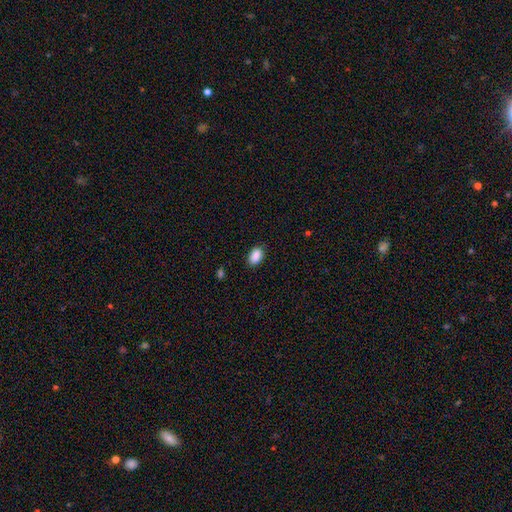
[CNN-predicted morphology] Smooth or featured?
  - smooth: 89% *
  - star or artifact: 8%
  - featured or disk: 3%
How rounded?
  - in between: 89% *
  - round: 10%
  - cigar-shaped: 2%
Merging?
  - none: 85% *
  - minor disturbance: 11%
  - major disturbance: 2%
  - merger: 1%